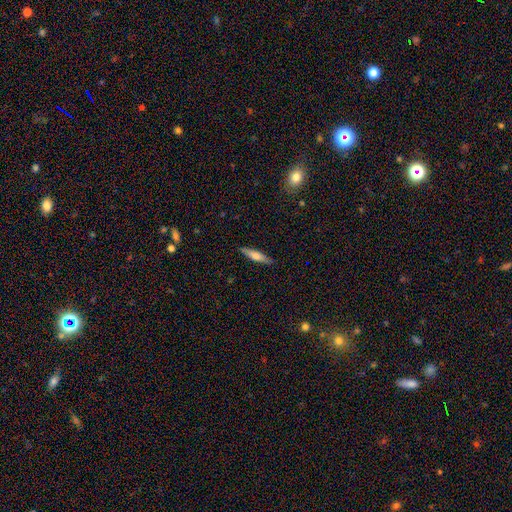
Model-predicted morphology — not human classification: This is possibly a smooth galaxy (56%). How rounded: clearly cigar-shaped (80%). Merging: clearly none (87%).